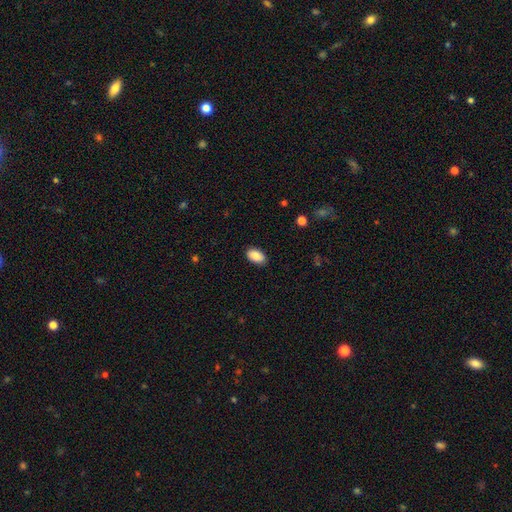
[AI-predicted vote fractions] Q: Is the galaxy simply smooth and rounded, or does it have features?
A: smooth — 88%.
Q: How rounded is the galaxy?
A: in between — 94%.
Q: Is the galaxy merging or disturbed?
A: none — 87%.